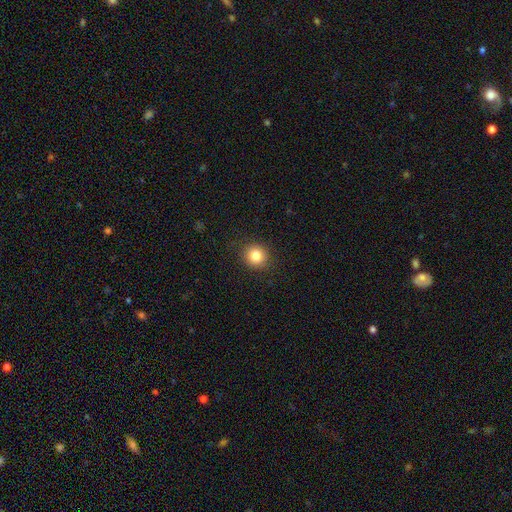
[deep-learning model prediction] smooth_or_featured: smooth (p=0.84) [alt: star or artifact p=0.11]
how_rounded: round (p=0.89) [alt: in between p=0.10]
merging: none (p=0.90) [alt: minor disturbance p=0.07]